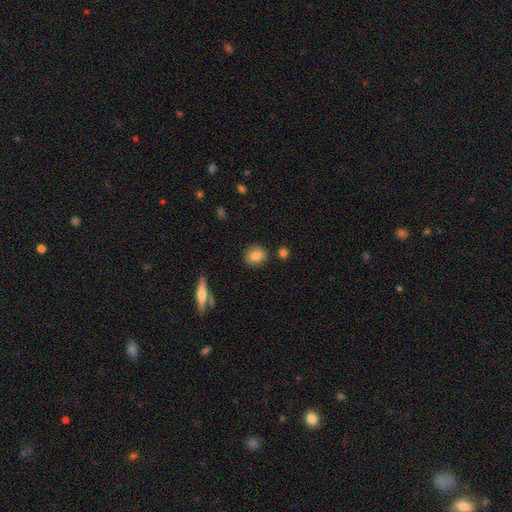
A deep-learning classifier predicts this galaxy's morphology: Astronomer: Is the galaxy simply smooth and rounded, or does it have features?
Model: smooth — 82%.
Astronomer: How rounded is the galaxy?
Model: round — 67%.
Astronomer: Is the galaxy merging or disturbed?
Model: none — 86%.